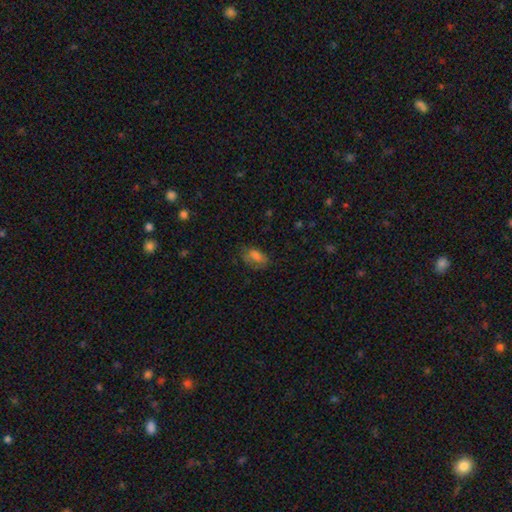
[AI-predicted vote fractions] Morphology: type=smooth (71%); roundness=in between (86%); merging=none (63%).